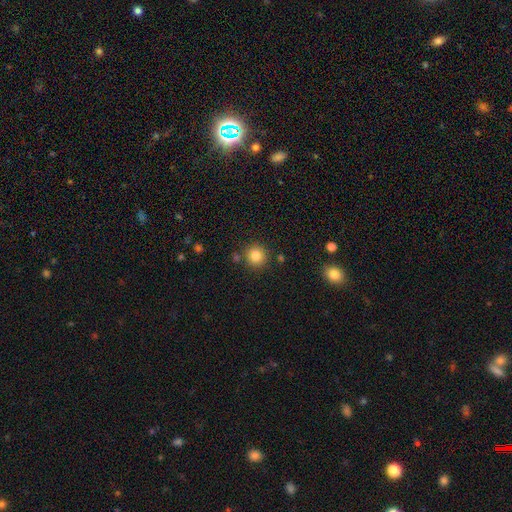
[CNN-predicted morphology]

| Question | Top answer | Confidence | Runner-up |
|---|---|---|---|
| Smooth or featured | smooth | 83% | star or artifact (11%) |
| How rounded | round | 93% | in between (6%) |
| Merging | none | 84% | minor disturbance (8%) |